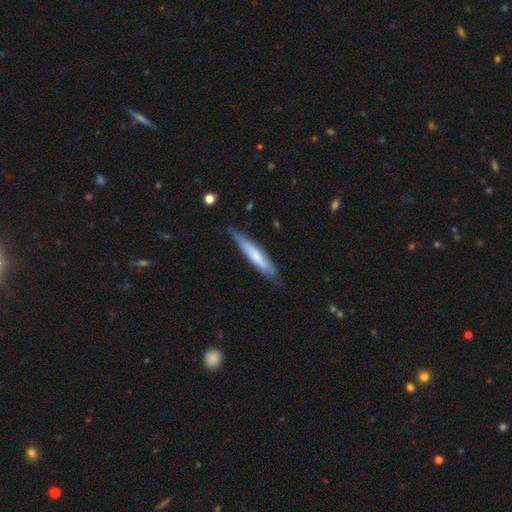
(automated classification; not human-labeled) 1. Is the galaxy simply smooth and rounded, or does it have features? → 55% smooth, 40% featured or disk, 5% star or artifact.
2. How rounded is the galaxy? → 89% cigar-shaped, 10% in between, 1% round.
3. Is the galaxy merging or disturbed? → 75% none, 20% minor disturbance, 3% major disturbance, 2% merger.